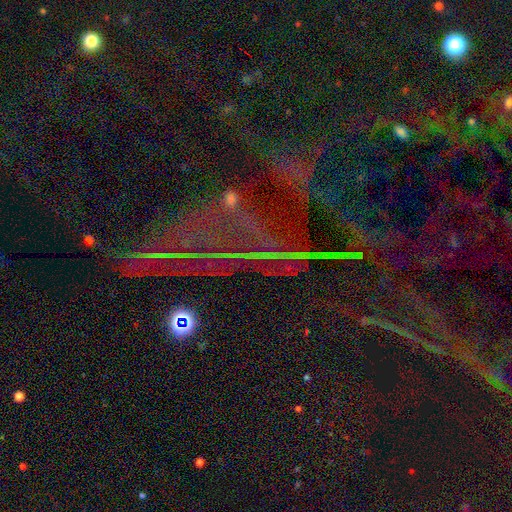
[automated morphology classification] Overall: star or artifact (84%).